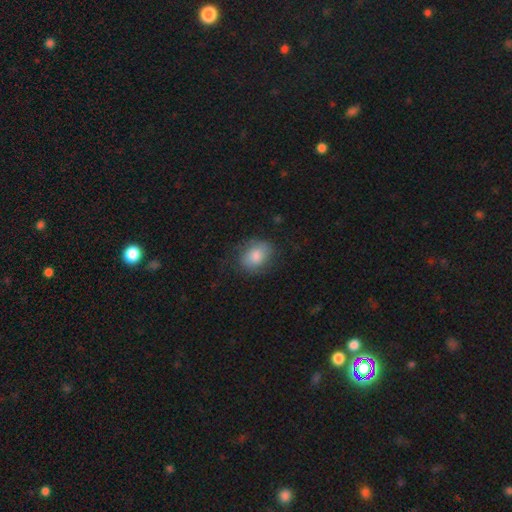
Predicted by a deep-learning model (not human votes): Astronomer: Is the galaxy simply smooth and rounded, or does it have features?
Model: smooth — 77%.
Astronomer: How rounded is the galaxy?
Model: in between — 57% (runner-up: round, 42%).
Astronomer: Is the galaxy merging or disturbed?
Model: none — 71%.